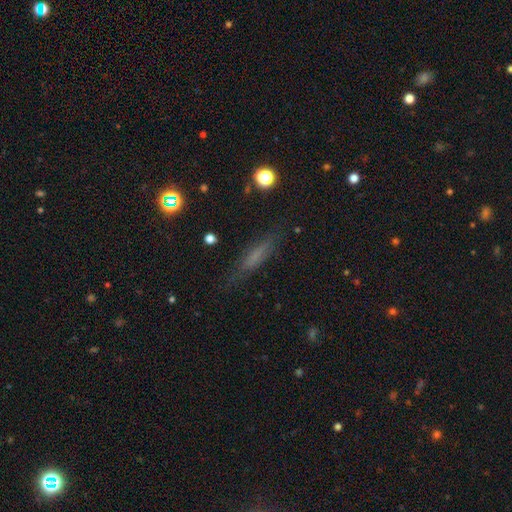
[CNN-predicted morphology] Overall: smooth (54%; featured or disk 31%). How rounded: cigar-shaped (79%). Merging: none (77%).